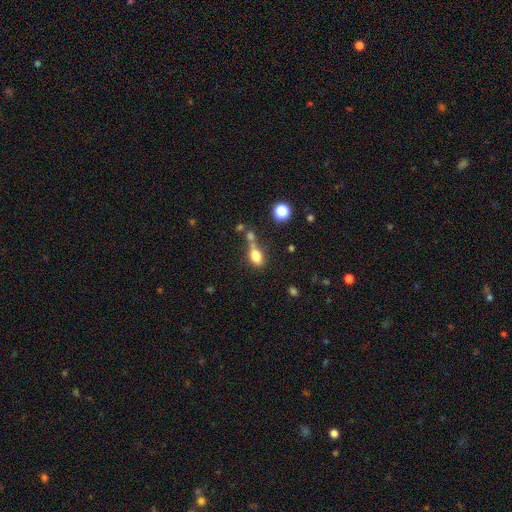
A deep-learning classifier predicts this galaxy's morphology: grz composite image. It shows a smooth galaxy with no disk features (76%) that is in between round and cigar-shaped (77%). Merging: none (43%).